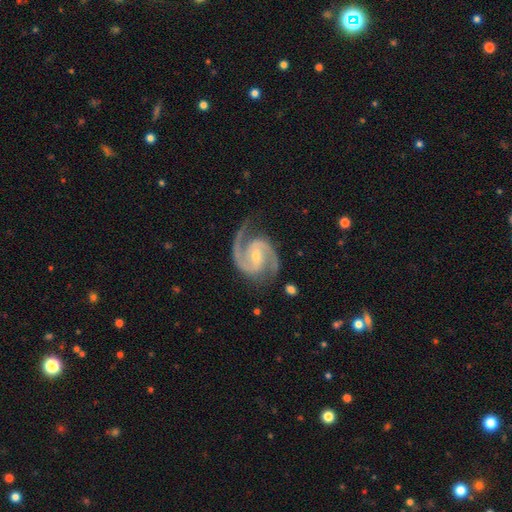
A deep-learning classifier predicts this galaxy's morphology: featured or disk 94%, star or artifact 4%, smooth 2%. Down the decision tree: edge-on disk — no (98%); bar — weak (42%); spiral arms — yes (99%); spiral arm count — 2 (93%); spiral winding — medium (64%); bulge size — small (61%); merging — none (78%).